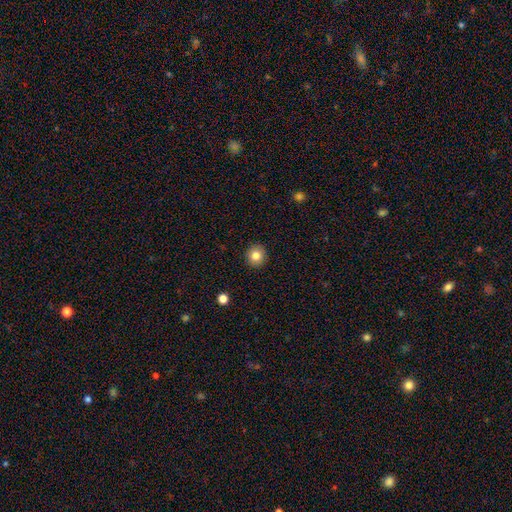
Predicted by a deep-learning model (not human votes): This is clearly a smooth galaxy (82%). How rounded: clearly round (93%). Merging: clearly none (92%).